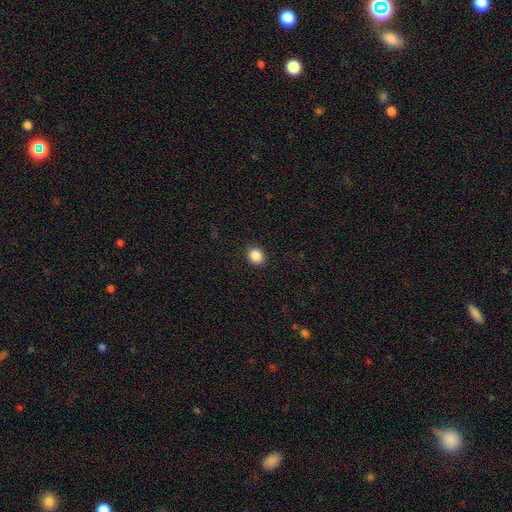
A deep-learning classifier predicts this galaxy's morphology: A smooth galaxy with no disk features (87%) that is round (74%). Merging: none (91%).